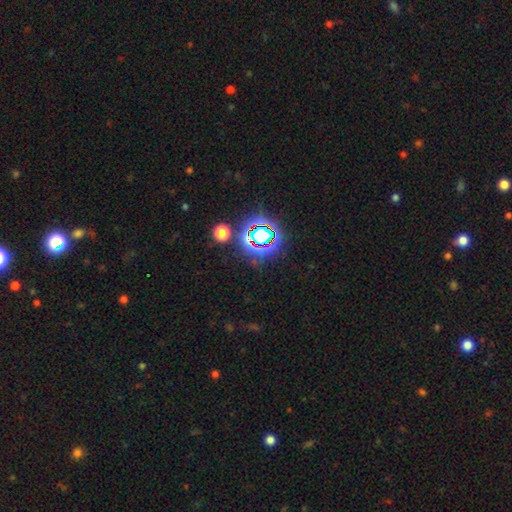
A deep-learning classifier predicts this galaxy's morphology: smooth-or-featured: star or artifact: 79% | smooth: 13% | featured or disk: 8%